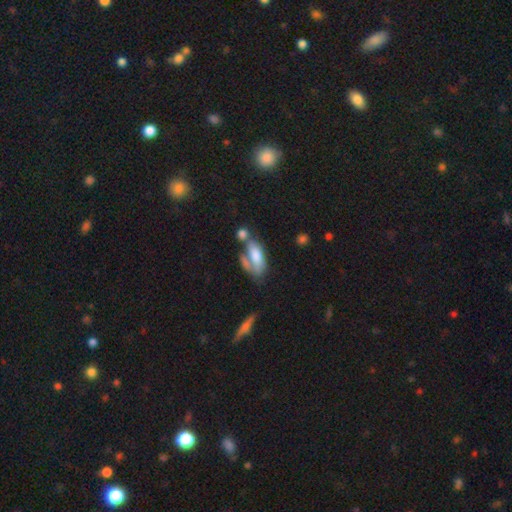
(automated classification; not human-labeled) smooth-or-featured: smooth: 64% | featured or disk: 28% | star or artifact: 8%
  how-rounded: in between: 85% | cigar-shaped: 12% | round: 3%
  merging: merger: 39% | none: 26% | major disturbance: 18% | minor disturbance: 18%